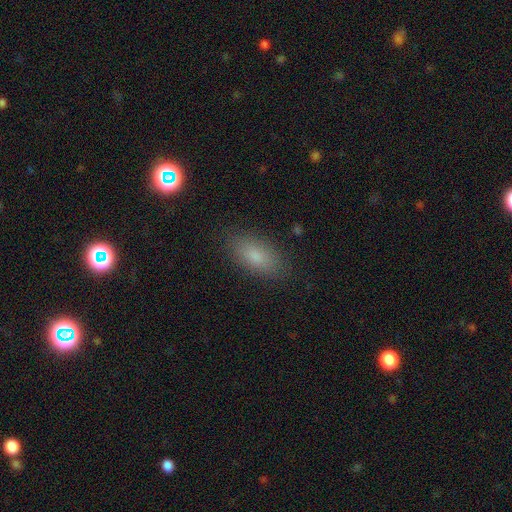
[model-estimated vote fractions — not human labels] A smooth galaxy with no disk features (81%) that is in between round and cigar-shaped (87%). Merging: none (85%).